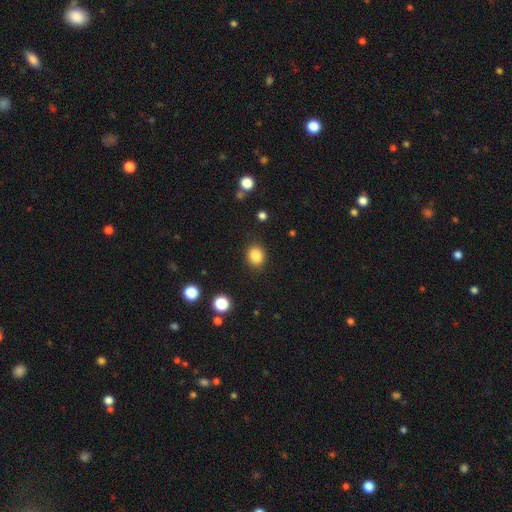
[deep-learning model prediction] Overall: smooth (86%). How rounded: round (64%; in between 35%). Merging: none (87%).